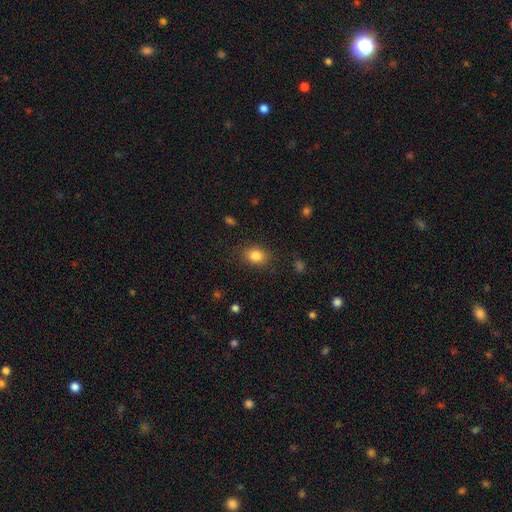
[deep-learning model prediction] This appears to be a smooth galaxy with no disk features (84%) that is in between round and cigar-shaped (62%). Merging: none (85%).